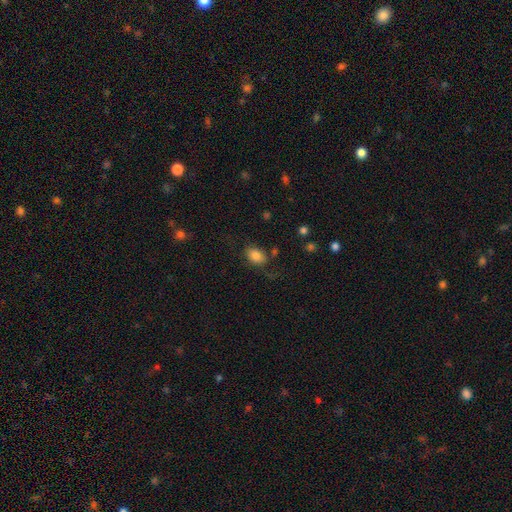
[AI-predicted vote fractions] smooth-or-featured: smooth: 81% | featured or disk: 9% | star or artifact: 9%
  how-rounded: in between: 80% | round: 19% | cigar-shaped: 1%
  merging: none: 66% | minor disturbance: 19% | major disturbance: 11% | merger: 4%